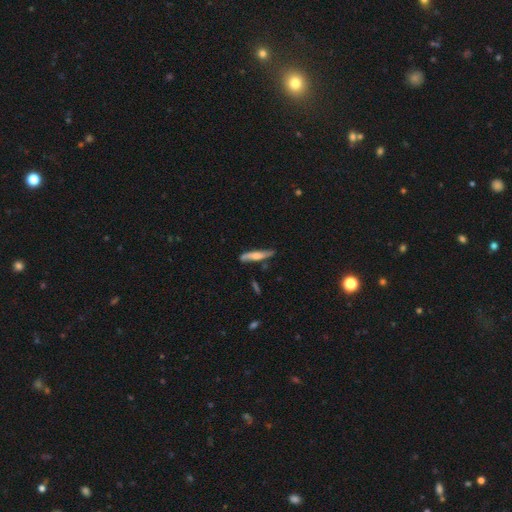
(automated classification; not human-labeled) This is possibly a featured or disk galaxy (48%). Merging: likely none (73%).